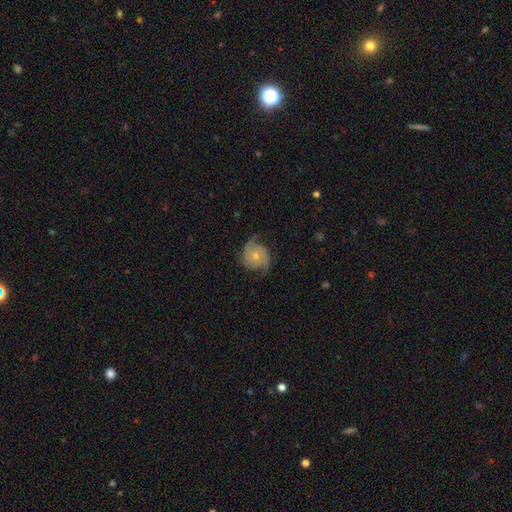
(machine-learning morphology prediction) Smooth or featured: featured or disk — 77% (smooth — 16%)
Edge-on disk: no — 98% (yes — 2%)
Bar: no — 78% (weak — 18%)
Spiral arms: yes — 94% (no — 6%)
Spiral winding: medium — 43% (loose — 30%)
Spiral arm count: 2 — 77% (3 — 9%)
Bulge size: small — 50% (moderate — 46%)
Merging: none — 68% (minor disturbance — 21%)